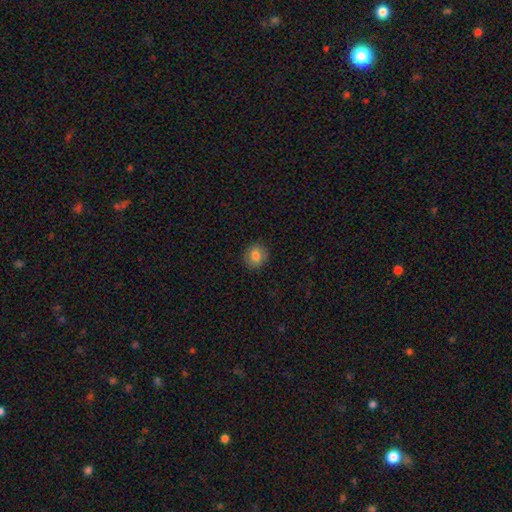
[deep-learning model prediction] Q: Smooth or featured?
A: smooth (82%); runner-up: star or artifact (10%)
Q: How rounded?
A: round (79%); runner-up: in between (20%)
Q: Merging?
A: none (88%); runner-up: minor disturbance (8%)